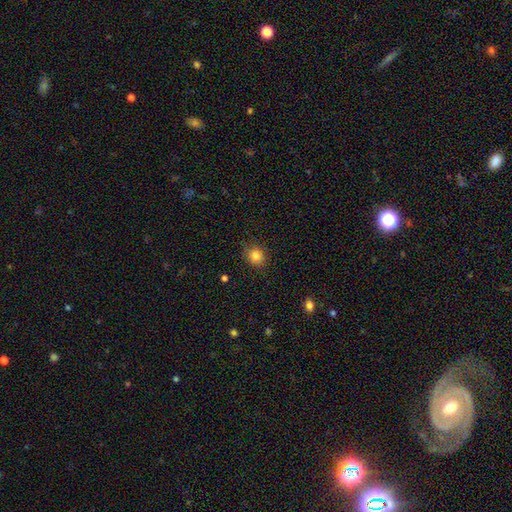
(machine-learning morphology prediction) Smooth or featured? Predicted: smooth (p=0.84). How rounded? Predicted: round (p=0.79). Merging? Predicted: none (p=0.87).